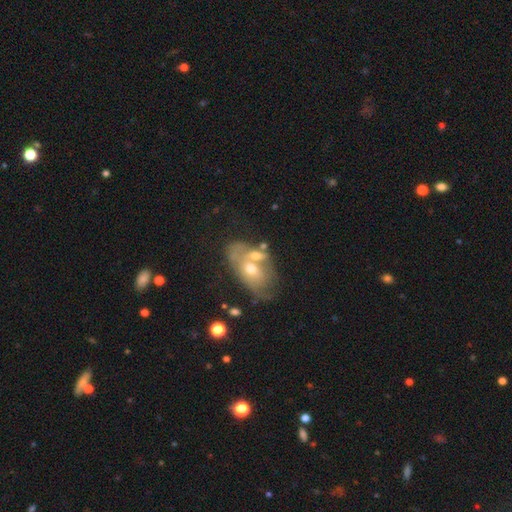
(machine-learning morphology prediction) Smooth or featured: featured or disk — 50% (smooth — 42%)
Edge-on disk: no — 92% (yes — 8%)
Merging: merger — 53% (none — 19%)